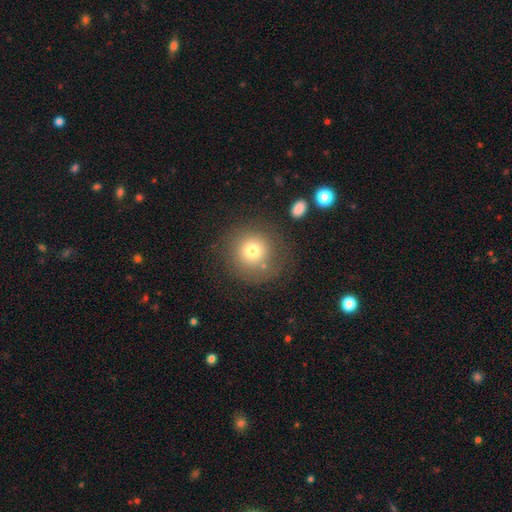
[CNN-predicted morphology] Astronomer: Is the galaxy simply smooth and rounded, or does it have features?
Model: smooth — 66%.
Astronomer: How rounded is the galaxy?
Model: round — 93%.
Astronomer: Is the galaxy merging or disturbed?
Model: none — 78%.